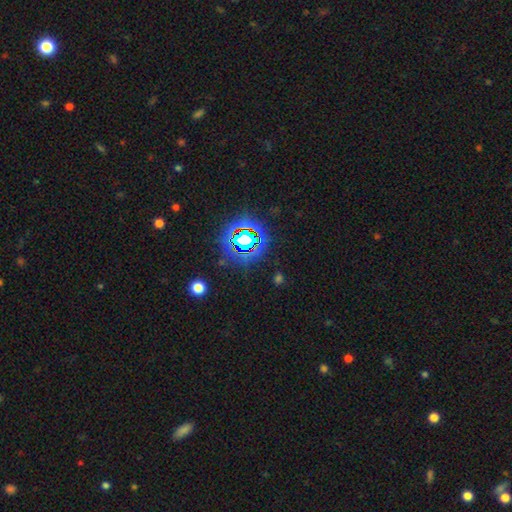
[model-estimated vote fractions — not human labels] This is likely a star or artifact rather than a galaxy (75%).